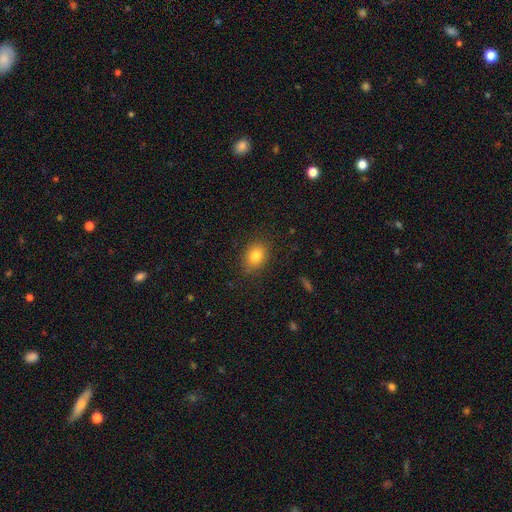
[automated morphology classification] This is clearly a smooth galaxy (81%). How rounded: likely in between (63%). Merging: clearly none (84%).